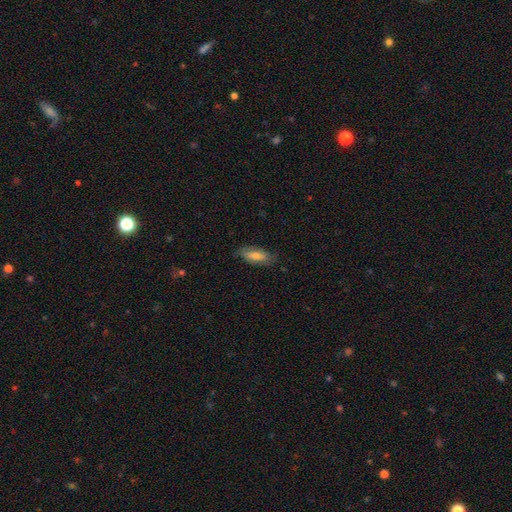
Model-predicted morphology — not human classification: This is likely a smooth galaxy (71%). How rounded: likely in between (72%). Merging: likely none (76%).